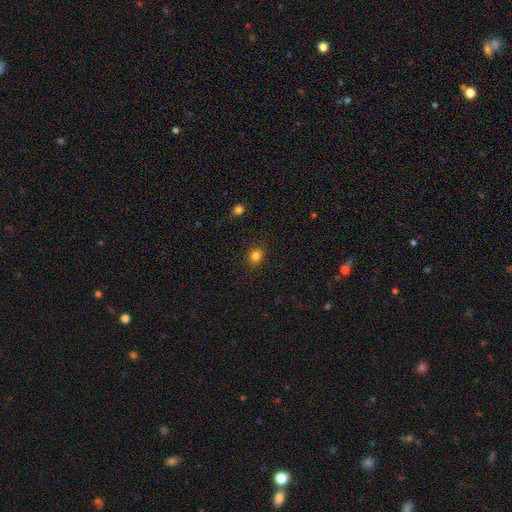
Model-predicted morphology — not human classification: Smooth or featured? smooth (83%)
How rounded? round (83%)
Merging? none (89%)